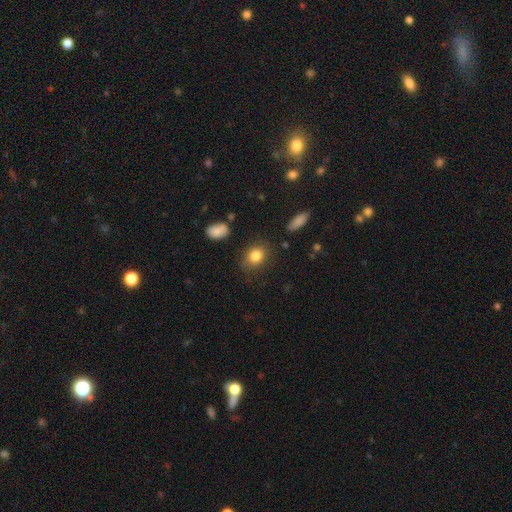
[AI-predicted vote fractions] smooth-or-featured: smooth: 84% | star or artifact: 9% | featured or disk: 7%
  how-rounded: round: 52% | in between: 46% | cigar-shaped: 1%
  merging: none: 80% | minor disturbance: 14% | major disturbance: 4% | merger: 2%